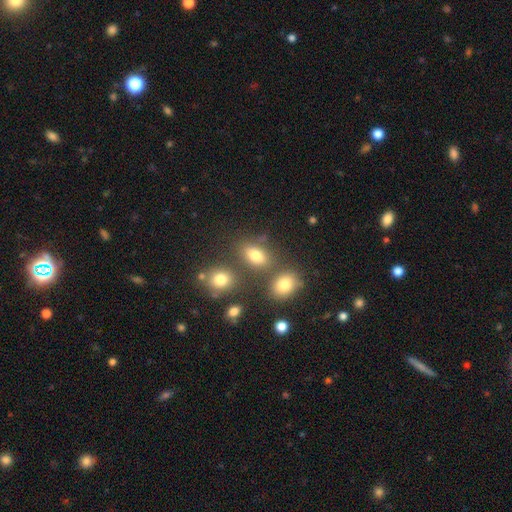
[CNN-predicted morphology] This is likely a smooth galaxy (77%). How rounded: likely in between (78%). Merging: likely none (66%).